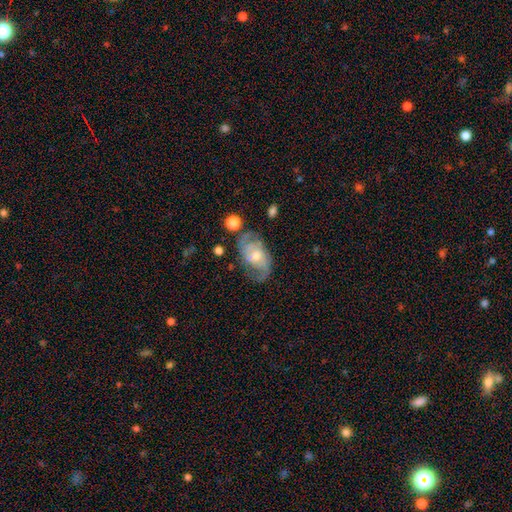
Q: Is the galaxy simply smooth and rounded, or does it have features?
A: featured or disk — 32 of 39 (82%).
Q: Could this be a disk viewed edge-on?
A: no — 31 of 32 (97%).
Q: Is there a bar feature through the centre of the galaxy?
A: no — 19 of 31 (61%).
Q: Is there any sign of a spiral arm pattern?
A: yes — 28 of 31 (90%).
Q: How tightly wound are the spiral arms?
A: loose — 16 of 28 (57%).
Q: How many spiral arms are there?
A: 2 — 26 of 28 (93%).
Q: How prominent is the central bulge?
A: moderate — 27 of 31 (87%).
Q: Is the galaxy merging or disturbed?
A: none — 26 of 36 (72%).